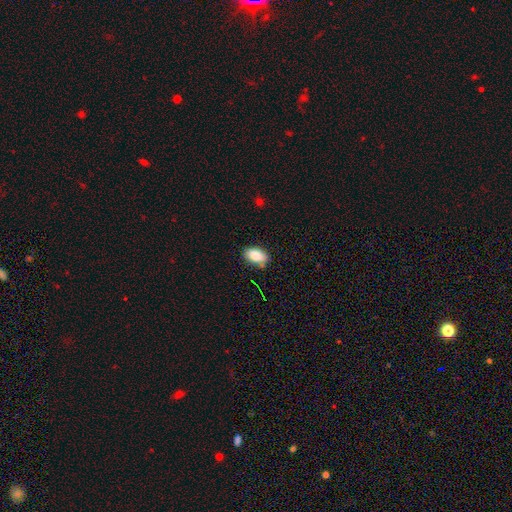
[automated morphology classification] Overall: smooth (86%). How rounded: in between (92%). Merging: none (77%).